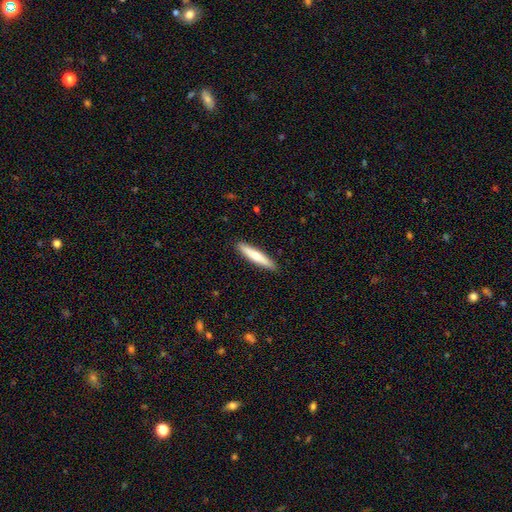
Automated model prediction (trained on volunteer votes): A smooth galaxy with no disk features (63%) that is cigar-shaped (90%). Merging: none (91%).